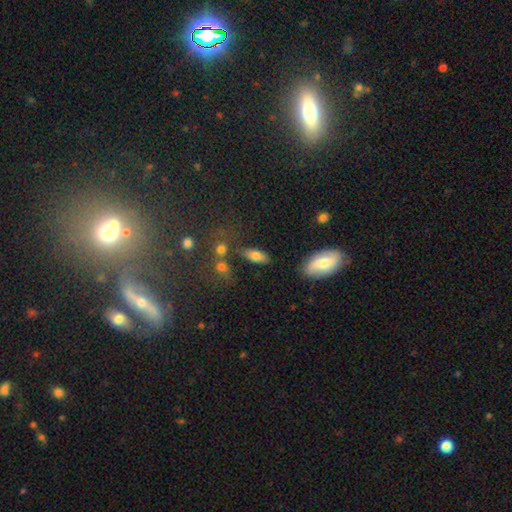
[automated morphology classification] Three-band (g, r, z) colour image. It shows a smooth galaxy with no disk features (78%) that is in between round and cigar-shaped (80%). Merging: none (77%).